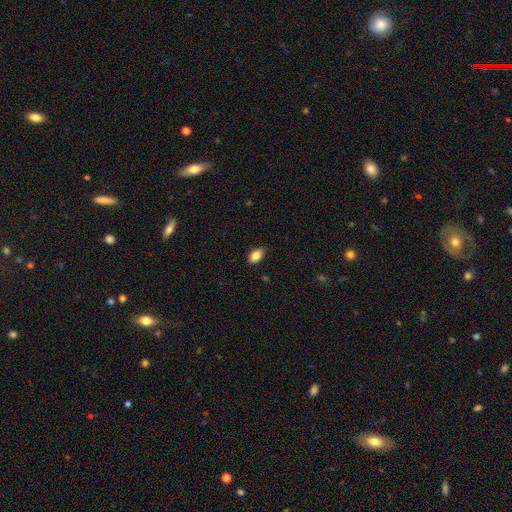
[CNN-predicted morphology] type=smooth (85%); roundness=in between (87%); merging=none (83%).